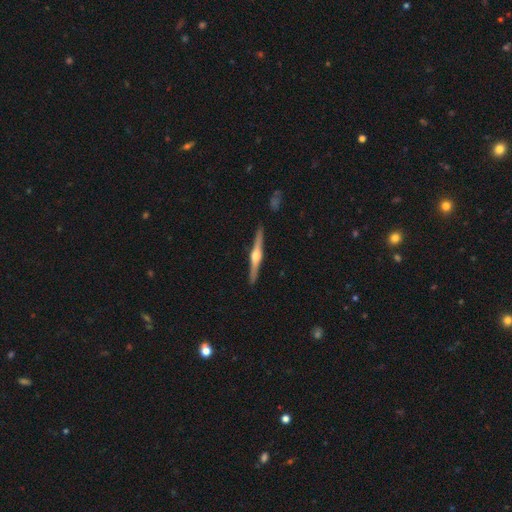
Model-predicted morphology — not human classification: featured or disk 81%, smooth 15%, star or artifact 5%. Down the decision tree: edge-on disk — yes (98%); edge-on bulge — rounded (94%); merging — none (91%).